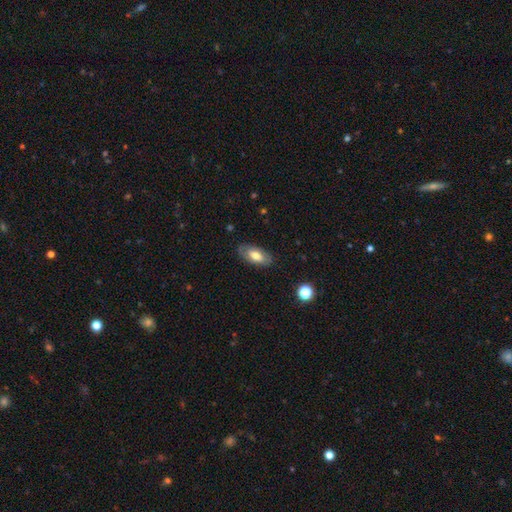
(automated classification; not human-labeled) smooth_or_featured: smooth (p=0.63) [alt: featured or disk p=0.30]
how_rounded: in between (p=0.91) [alt: cigar-shaped p=0.06]
merging: none (p=0.81) [alt: minor disturbance p=0.14]